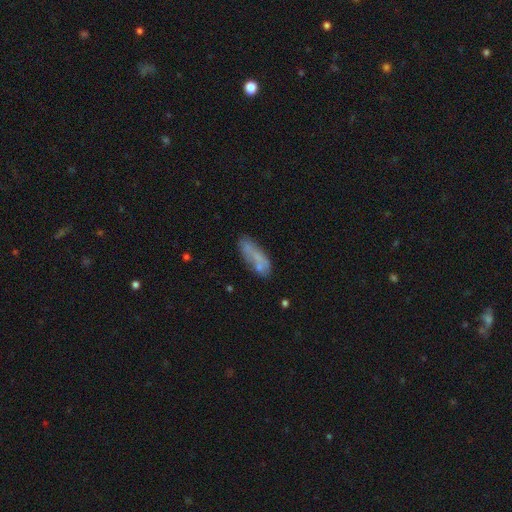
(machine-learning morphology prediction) Smooth or featured? smooth (58%)
How rounded? in between (51%)
Merging? none (57%)